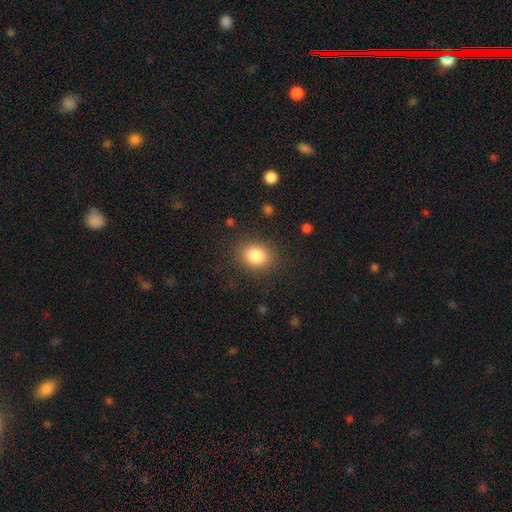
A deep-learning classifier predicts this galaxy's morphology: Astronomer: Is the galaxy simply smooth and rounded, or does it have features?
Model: smooth — 84%.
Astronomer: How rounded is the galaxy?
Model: in between — 51% (runner-up: round, 48%).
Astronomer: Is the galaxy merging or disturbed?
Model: none — 85%.